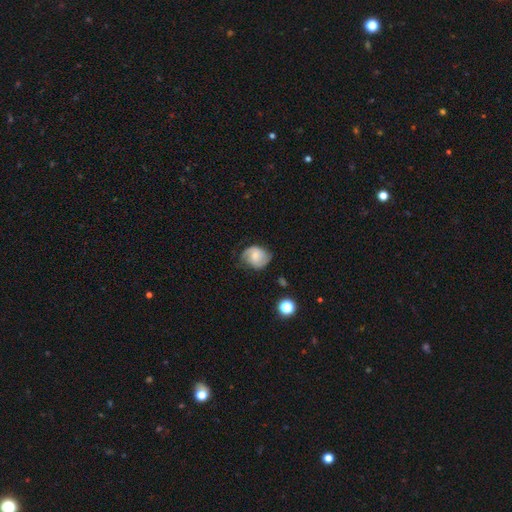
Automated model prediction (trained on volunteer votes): Q: Smooth or featured?
A: featured or disk (50%); runner-up: smooth (41%)
Q: Edge-on disk?
A: no (97%); runner-up: yes (3%)
Q: Merging?
A: none (60%); runner-up: minor disturbance (28%)